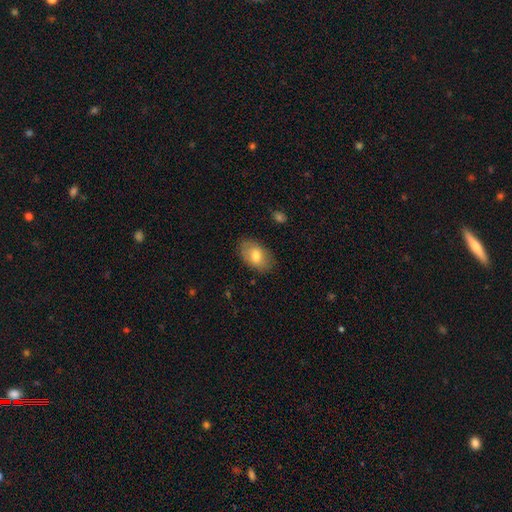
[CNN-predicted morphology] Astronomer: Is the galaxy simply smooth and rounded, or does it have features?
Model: smooth — 75%.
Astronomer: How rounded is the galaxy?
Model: in between — 90%.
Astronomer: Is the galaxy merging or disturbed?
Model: none — 83%.